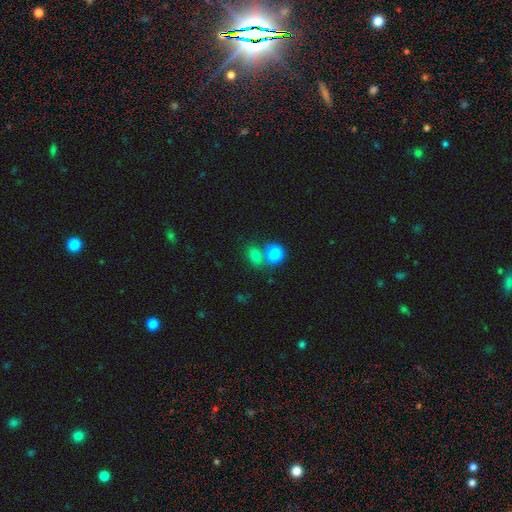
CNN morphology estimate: A smooth galaxy with no disk features (75%) that is in between round and cigar-shaped (51%). Merging: none (54%).